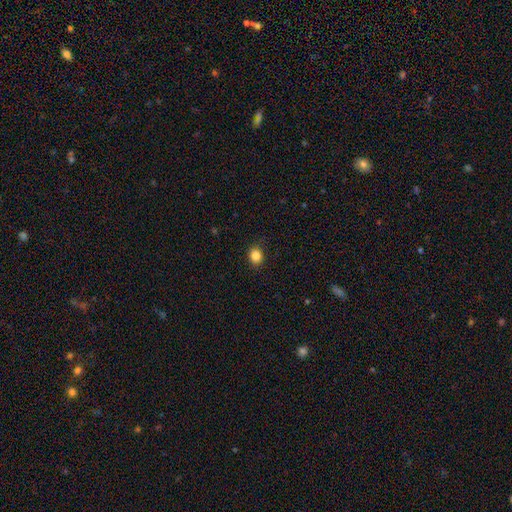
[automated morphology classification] This is clearly a smooth galaxy (85%). How rounded: likely round (70%). Merging: clearly none (90%).